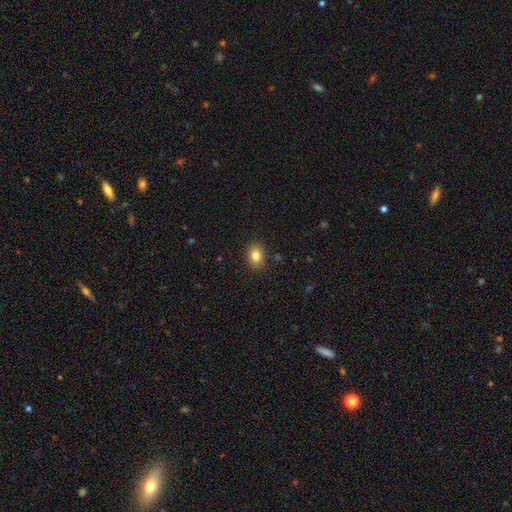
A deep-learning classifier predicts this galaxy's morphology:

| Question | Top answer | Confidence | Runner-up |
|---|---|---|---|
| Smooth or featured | smooth | 83% | star or artifact (10%) |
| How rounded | in between | 67% | round (32%) |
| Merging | none | 88% | minor disturbance (9%) |